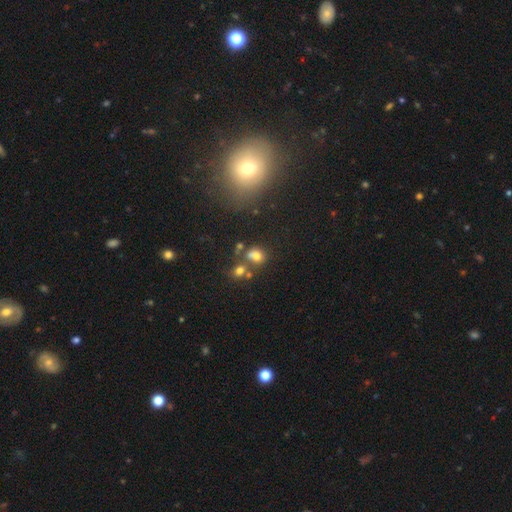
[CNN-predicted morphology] Q: Smooth or featured?
A: smooth (69%); runner-up: star or artifact (19%)
Q: How rounded?
A: round (57%); runner-up: in between (42%)
Q: Merging?
A: none (46%); runner-up: merger (34%)